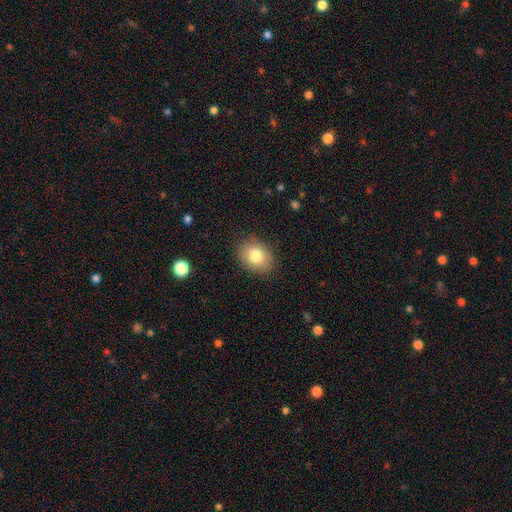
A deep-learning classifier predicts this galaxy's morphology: A smooth galaxy with no disk features (81%) that is in between round and cigar-shaped (62%).

Vote fractions:
- Smooth or featured? smooth: 81% / featured or disk: 10% / star or artifact: 9%
- How rounded? in between: 62% / round: 37% / cigar-shaped: 1%
- Merging? none: 86% / minor disturbance: 10% / major disturbance: 3% / merger: 1%